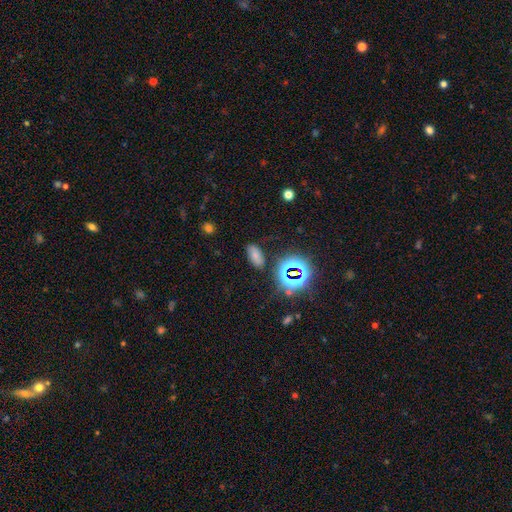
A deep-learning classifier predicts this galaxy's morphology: A smooth galaxy with no disk features (62%) that is in between round and cigar-shaped (89%). Merging: none (81%).